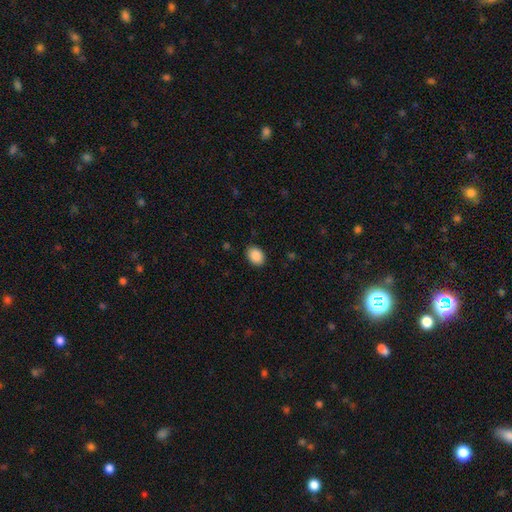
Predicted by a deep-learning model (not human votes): Morphology: type=smooth (89%); roundness=in between (68%); merging=none (87%).